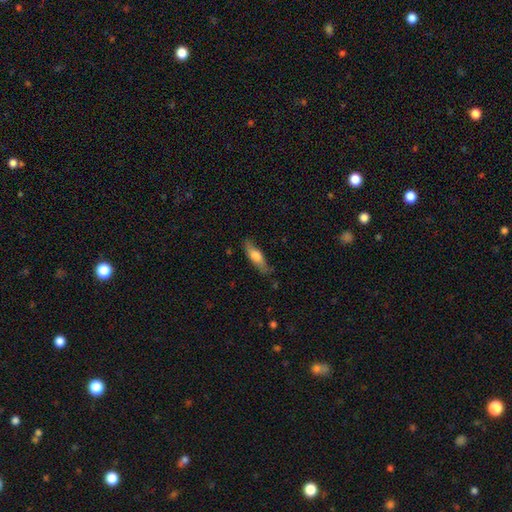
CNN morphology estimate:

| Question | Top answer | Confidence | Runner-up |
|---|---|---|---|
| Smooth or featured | smooth | 66% | featured or disk (28%) |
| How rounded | cigar-shaped | 50% | in between (48%) |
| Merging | none | 75% | minor disturbance (19%) |